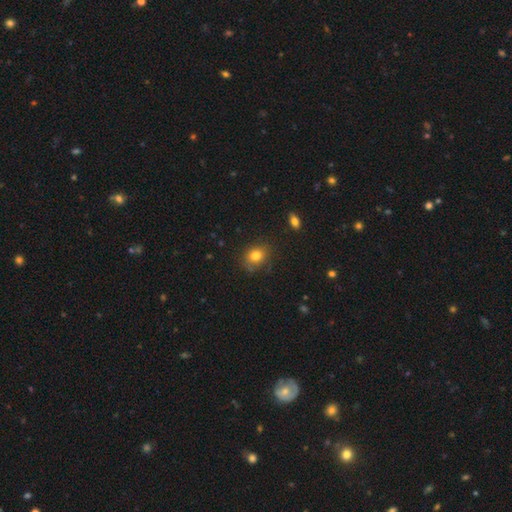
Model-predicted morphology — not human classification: smooth_or_featured: smooth (p=0.80) [alt: star or artifact p=0.11]
how_rounded: round (p=0.57) [alt: in between p=0.42]
merging: none (p=0.74) [alt: minor disturbance p=0.19]